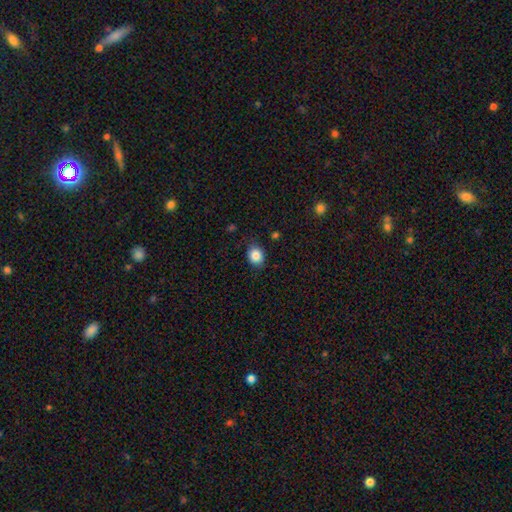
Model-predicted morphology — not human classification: Smooth or featured? smooth (85%)
How rounded? round (61%)
Merging? none (83%)